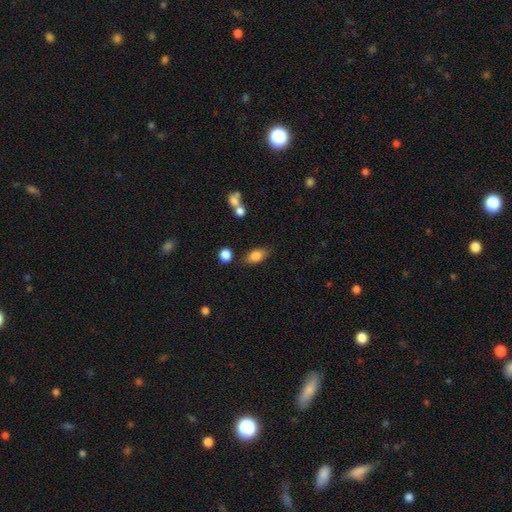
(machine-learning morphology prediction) smooth 82%, featured or disk 10%, star or artifact 8%. Down the decision tree: how rounded — in between (85%); merging — none (76%).